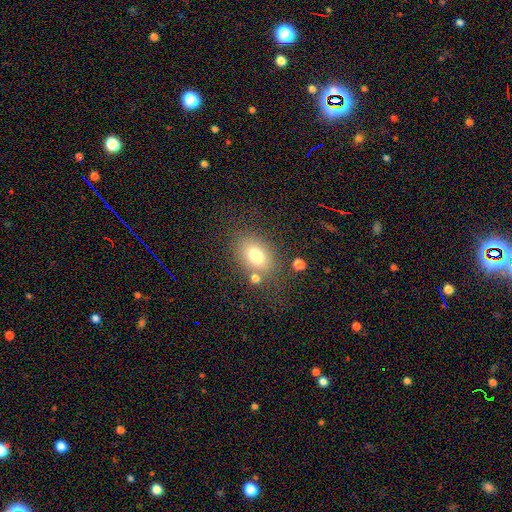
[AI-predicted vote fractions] Smooth or featured? smooth (76%)
How rounded? in between (74%)
Merging? none (71%)